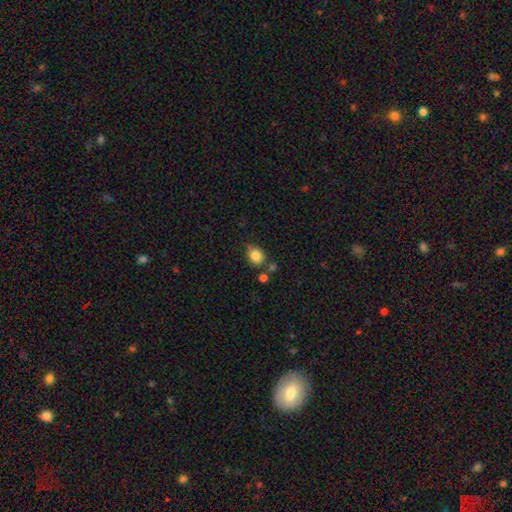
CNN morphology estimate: type=smooth (84%); roundness=round (53%); merging=none (70%).